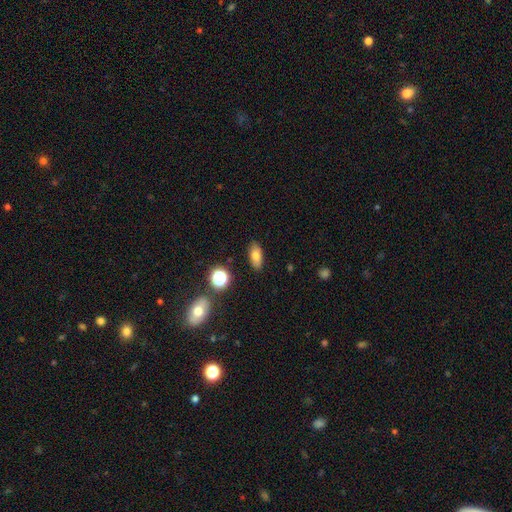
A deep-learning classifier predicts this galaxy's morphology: smooth_or_featured: smooth (p=0.74) [alt: featured or disk p=0.14]
how_rounded: in between (p=0.82) [alt: cigar-shaped p=0.11]
merging: none (p=0.87) [alt: minor disturbance p=0.09]